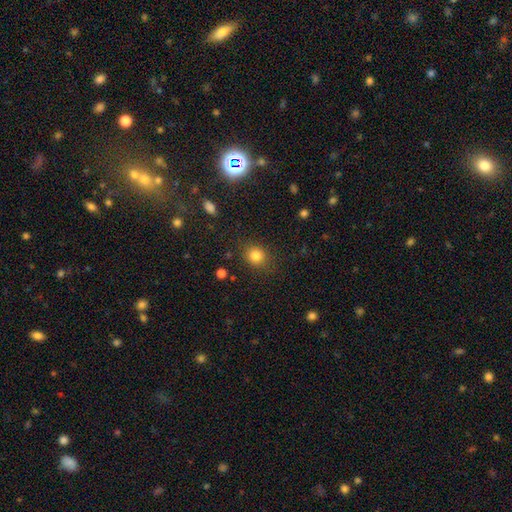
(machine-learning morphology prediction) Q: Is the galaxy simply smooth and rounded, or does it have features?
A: smooth — 83%.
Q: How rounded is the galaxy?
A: round — 75%.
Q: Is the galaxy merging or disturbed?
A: none — 84%.